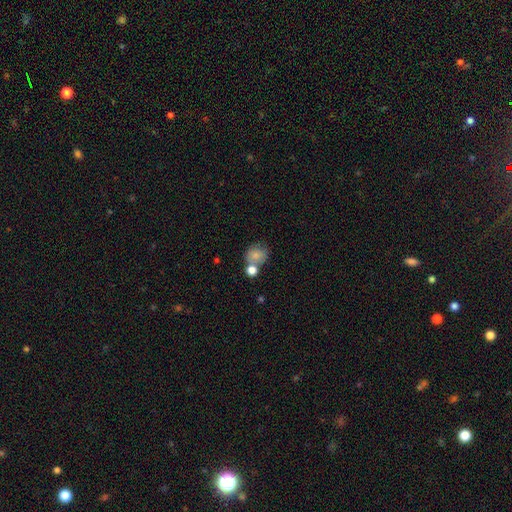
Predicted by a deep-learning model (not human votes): smooth 79%, featured or disk 11%, star or artifact 10%. Down the decision tree: how rounded — round (71%); merging — none (49%).